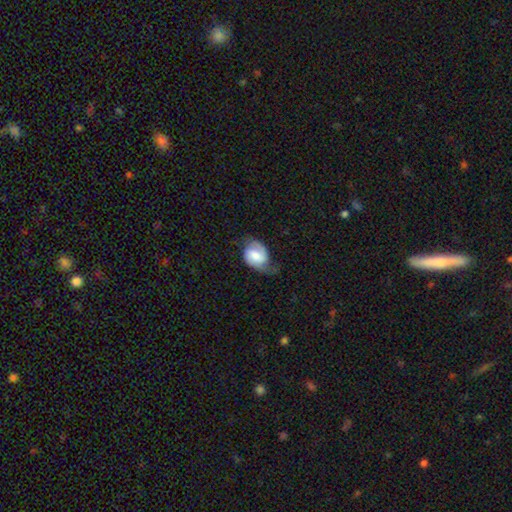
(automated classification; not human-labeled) A featured or disk galaxy (62%) with a weak bar (43%), 2 (79%) medium (43%) spiral arms (90%) and a moderate central bulge (41%).

Vote fractions:
- Smooth or featured? featured or disk: 62% / smooth: 31% / star or artifact: 7%
- Edge-on disk? no: 97% / yes: 3%
- Bar? weak: 43% / no: 42% / strong: 15%
- Spiral arms? yes: 90% / no: 10%
- Spiral winding? medium: 43% / tight: 29% / loose: 28%
- Spiral arm count? 2: 79% / 1: 11% / can't tell: 7% / 3: 1% / 4: 1% / more than 4: 1%
- Bulge size? moderate: 41% / large: 24% / small: 22% / none: 9% / dominant: 5%
- Merging? none: 46% / minor disturbance: 33% / major disturbance: 19% / merger: 2%